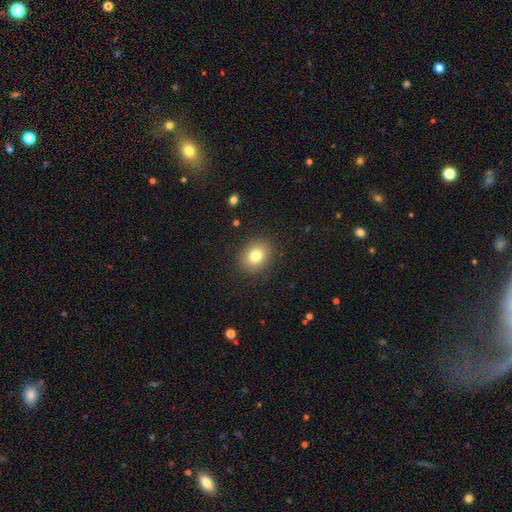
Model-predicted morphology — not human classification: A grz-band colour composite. It shows a smooth galaxy with no disk features (80%) that is round (56%). Merging: none (88%).